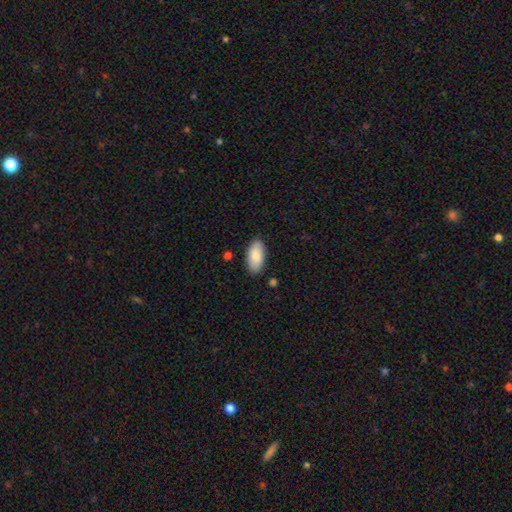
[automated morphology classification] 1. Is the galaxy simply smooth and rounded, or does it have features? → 84% smooth, 10% featured or disk, 6% star or artifact.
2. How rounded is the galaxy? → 93% in between, 5% cigar-shaped, 2% round.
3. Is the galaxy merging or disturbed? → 85% none, 11% minor disturbance, 2% major disturbance, 2% merger.